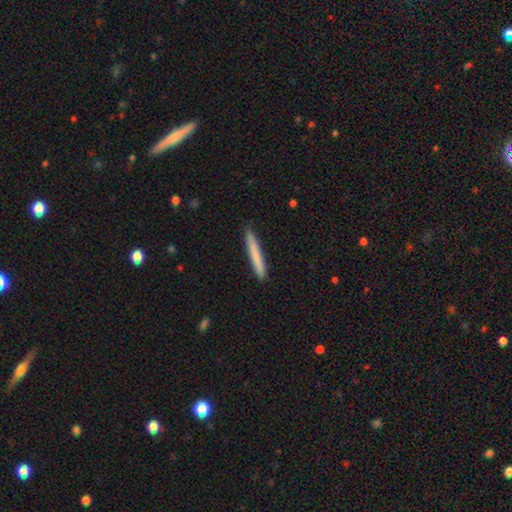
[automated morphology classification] smooth-or-featured: smooth: 75% | featured or disk: 19% | star or artifact: 5%
  how-rounded: cigar-shaped: 96% | in between: 2% | round: 1%
  merging: none: 90% | minor disturbance: 8% | major disturbance: 1% | merger: 1%